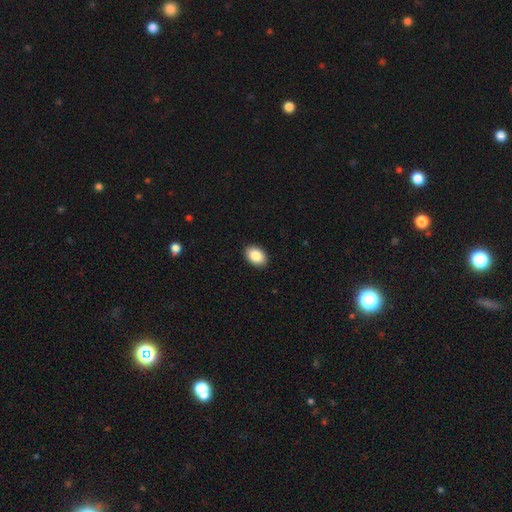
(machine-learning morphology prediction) This appears to be a smooth galaxy with no disk features (87%) that is in between round and cigar-shaped (86%). Merging: none (91%).